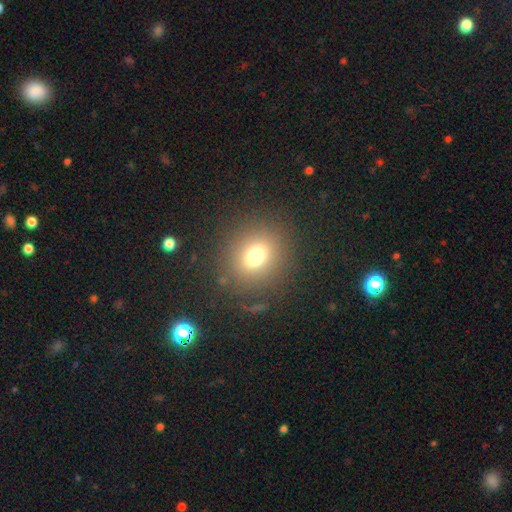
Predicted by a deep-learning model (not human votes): This is likely a smooth galaxy (71%). How rounded: likely round (74%). Merging: clearly none (84%).